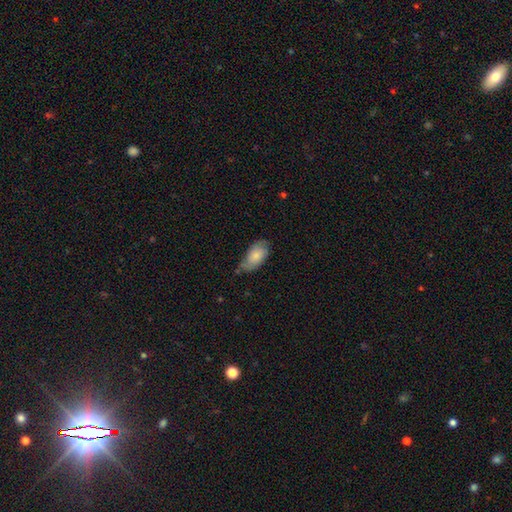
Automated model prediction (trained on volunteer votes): Smooth or featured: smooth — 74% (featured or disk — 20%)
How rounded: in between — 93% (cigar-shaped — 4%)
Merging: none — 56% (minor disturbance — 33%)